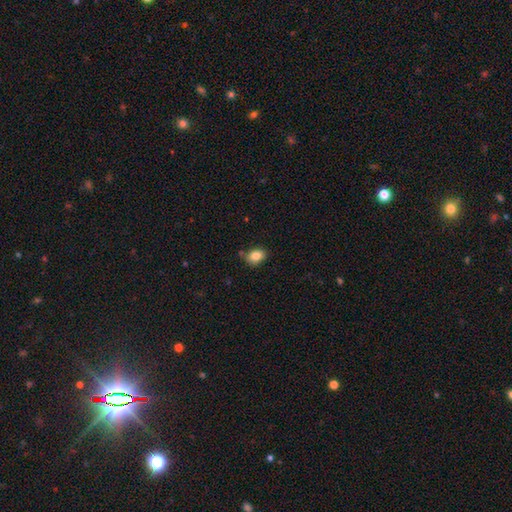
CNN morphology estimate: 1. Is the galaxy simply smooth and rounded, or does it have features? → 84% smooth, 9% star or artifact, 7% featured or disk.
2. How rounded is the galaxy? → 71% in between, 27% round, 1% cigar-shaped.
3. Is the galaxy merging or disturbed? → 74% none, 18% minor disturbance, 4% merger, 3% major disturbance.